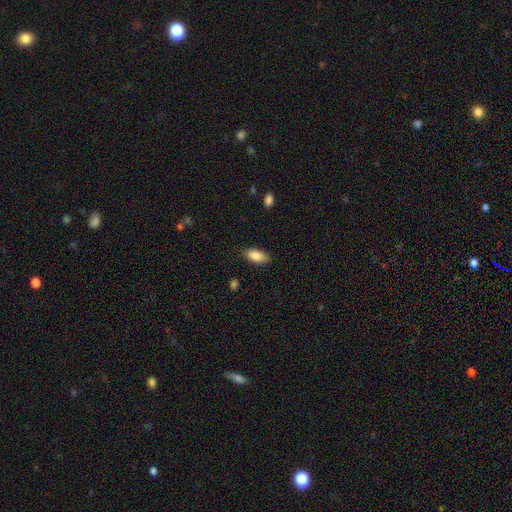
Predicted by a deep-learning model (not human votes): A smooth galaxy with no disk features (88%) that is in between round and cigar-shaped (89%).

Vote fractions:
- Smooth or featured? smooth: 88% / star or artifact: 7% / featured or disk: 6%
- How rounded? in between: 89% / cigar-shaped: 9% / round: 2%
- Merging? none: 83% / minor disturbance: 13% / major disturbance: 3% / merger: 1%